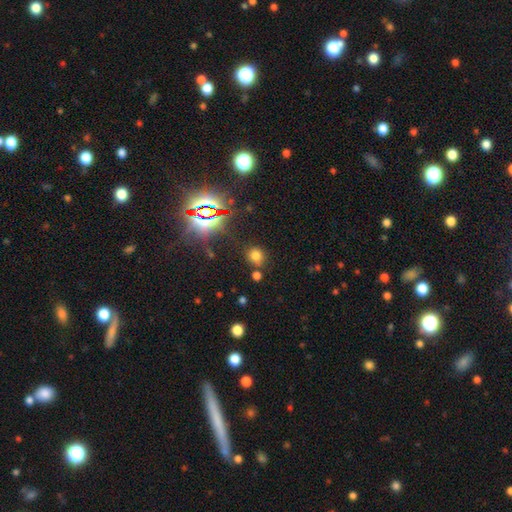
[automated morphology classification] Smooth or featured?
  - smooth: 66% *
  - star or artifact: 27%
  - featured or disk: 7%
How rounded?
  - round: 79% *
  - in between: 20%
  - cigar-shaped: 1%
Merging?
  - none: 73% *
  - minor disturbance: 11%
  - merger: 11%
  - major disturbance: 4%